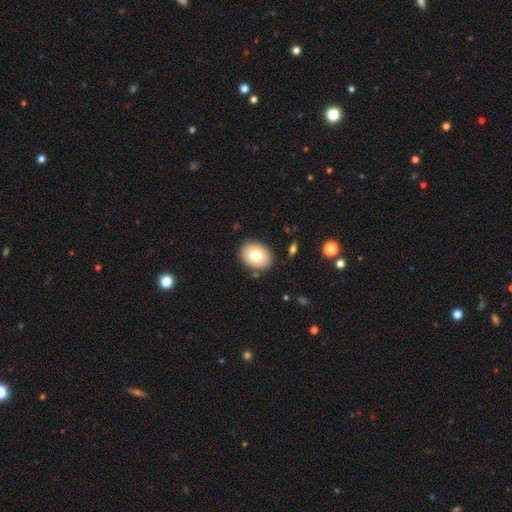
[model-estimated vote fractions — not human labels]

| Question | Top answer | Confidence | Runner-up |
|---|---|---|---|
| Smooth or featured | smooth | 77% | featured or disk (14%) |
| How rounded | in between | 62% | round (37%) |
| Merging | none | 86% | minor disturbance (9%) |